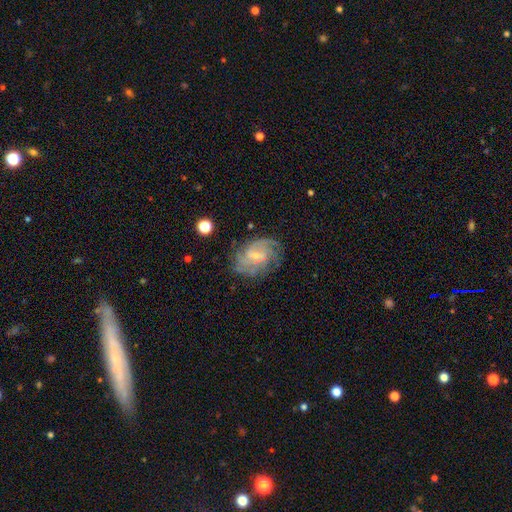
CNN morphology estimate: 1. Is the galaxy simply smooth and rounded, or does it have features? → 84% featured or disk, 9% smooth, 7% star or artifact.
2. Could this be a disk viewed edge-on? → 97% no, 3% yes.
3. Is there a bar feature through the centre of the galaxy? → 56% weak, 31% no, 14% strong.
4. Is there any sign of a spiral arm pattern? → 95% yes, 5% no.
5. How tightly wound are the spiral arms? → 50% tight, 38% medium, 11% loose.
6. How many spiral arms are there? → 34% can't tell, 20% 2, 18% 3, 15% 4, 6% more than 4, 6% 1.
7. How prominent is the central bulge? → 70% small, 23% moderate, 5% none, 1% large, 1% dominant.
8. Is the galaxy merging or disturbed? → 72% none, 18% minor disturbance, 8% major disturbance, 2% merger.